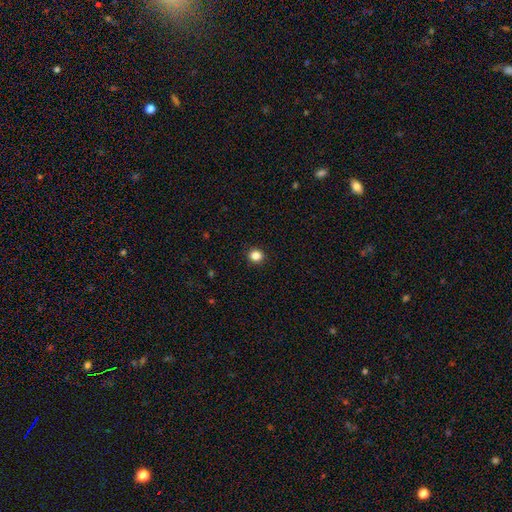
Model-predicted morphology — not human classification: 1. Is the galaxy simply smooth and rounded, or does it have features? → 85% smooth, 12% star or artifact, 4% featured or disk.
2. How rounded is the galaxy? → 89% round, 10% in between, 1% cigar-shaped.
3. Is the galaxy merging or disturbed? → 92% none, 5% minor disturbance, 2% major disturbance, 1% merger.